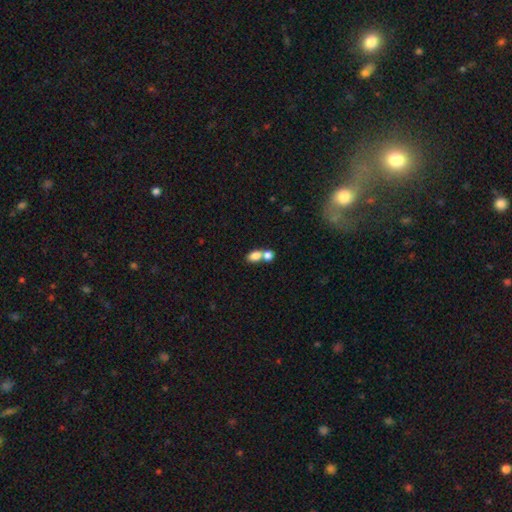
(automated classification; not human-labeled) smooth_or_featured: smooth (p=0.81) [alt: featured or disk p=0.10]
how_rounded: in between (p=0.73) [alt: round p=0.24]
merging: merger (p=0.58) [alt: none p=0.31]